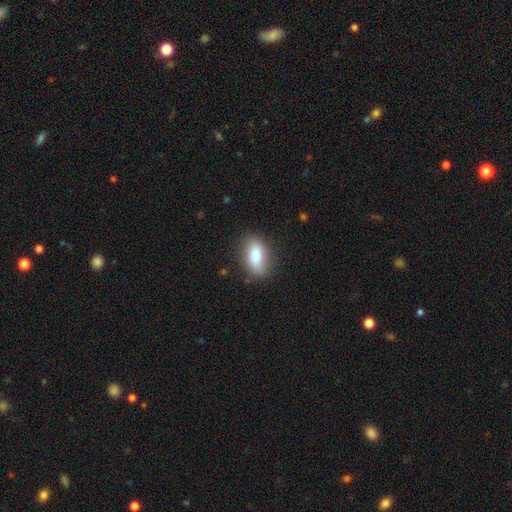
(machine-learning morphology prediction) smooth 82%, featured or disk 11%, star or artifact 7%. Down the decision tree: how rounded — in between (87%); merging — none (81%).